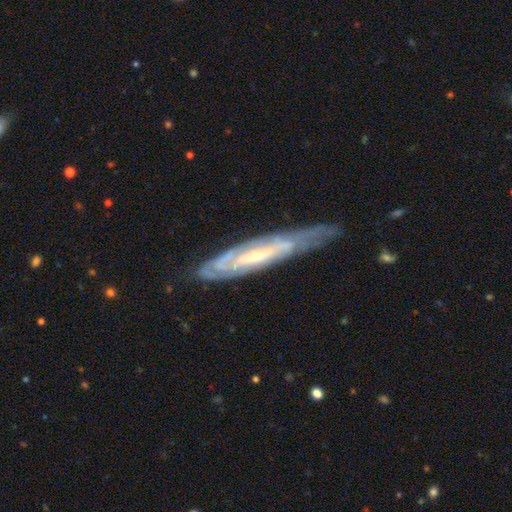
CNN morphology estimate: This is clearly a featured or disk galaxy (80%). It is possibly not viewed edge-on (57%). Merging: likely none (64%).